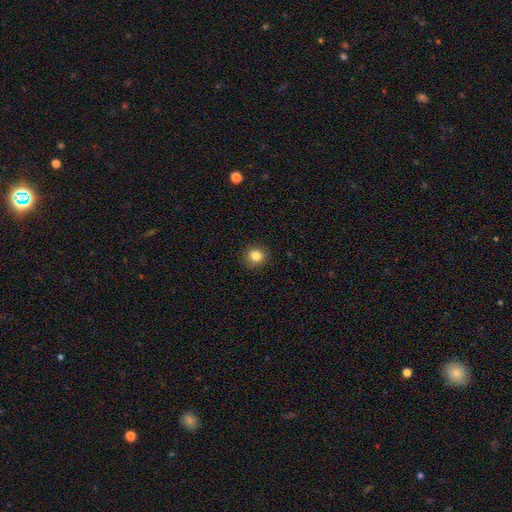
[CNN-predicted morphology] A smooth galaxy with no disk features (84%) that is round (84%).

Vote fractions:
- Smooth or featured? smooth: 84% / star or artifact: 11% / featured or disk: 5%
- How rounded? round: 84% / in between: 15% / cigar-shaped: 1%
- Merging? none: 90% / minor disturbance: 7% / major disturbance: 2% / merger: 1%